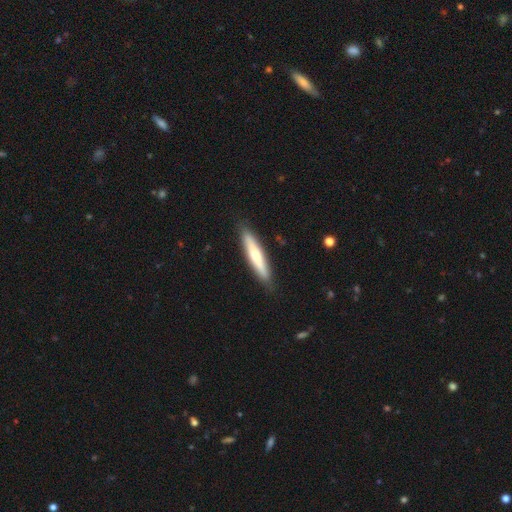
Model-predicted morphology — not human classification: type=smooth (61%); roundness=cigar-shaped (89%); merging=none (88%).